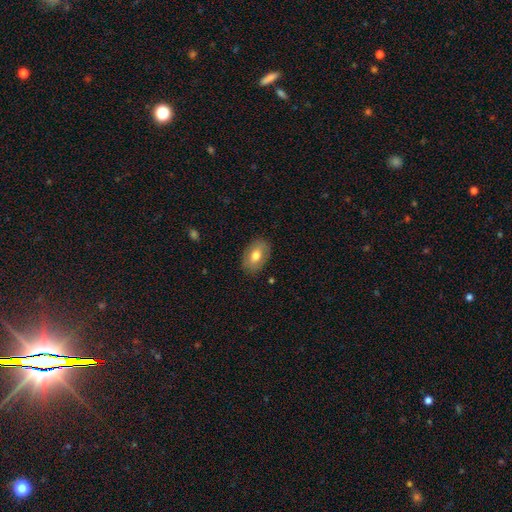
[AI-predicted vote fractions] Smooth or featured? smooth (69%)
How rounded? in between (84%)
Merging? none (85%)